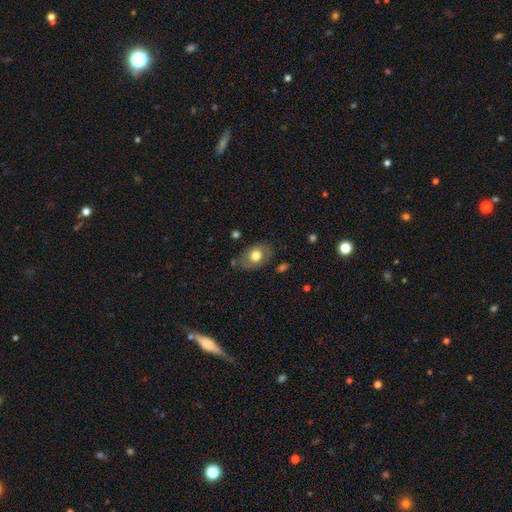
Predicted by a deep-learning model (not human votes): Smooth or featured? smooth (72%)
How rounded? in between (78%)
Merging? none (73%)